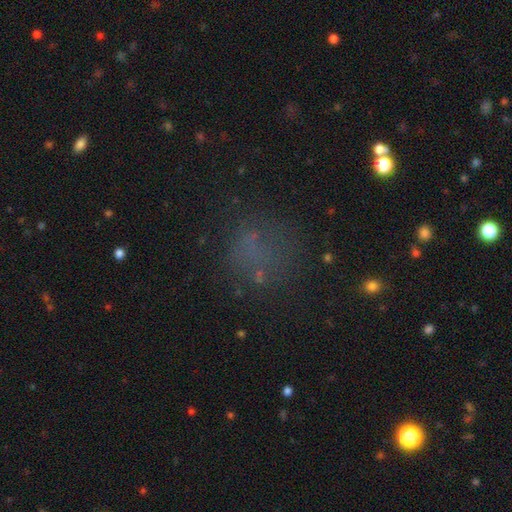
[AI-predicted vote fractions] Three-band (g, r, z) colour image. It shows a smooth galaxy with no disk features (51%) that is round (76%). Merging: none (69%).